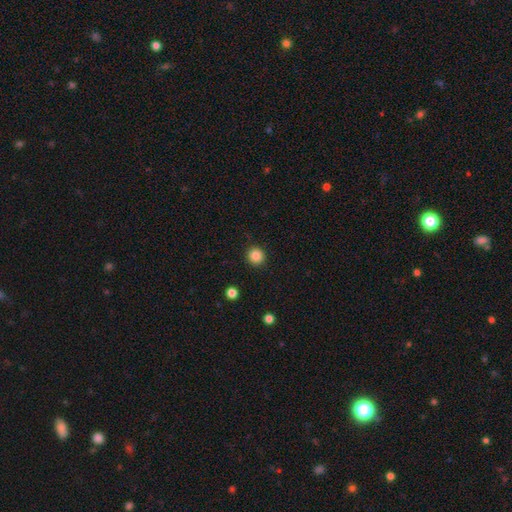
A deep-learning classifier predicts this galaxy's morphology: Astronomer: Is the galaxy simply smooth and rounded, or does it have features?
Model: smooth — 85%.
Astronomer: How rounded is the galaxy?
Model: round — 94%.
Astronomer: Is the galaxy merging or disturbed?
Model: none — 92%.